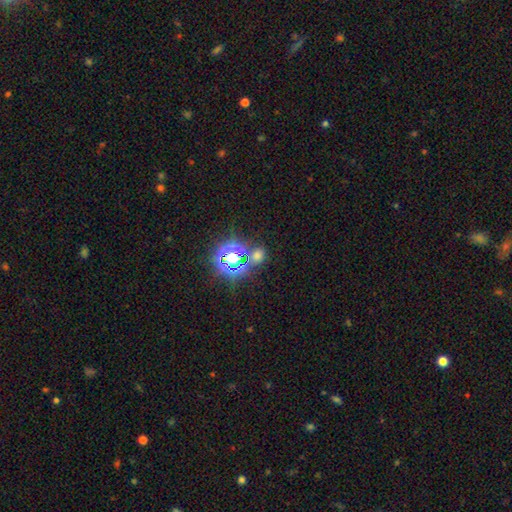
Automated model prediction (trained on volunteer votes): Smooth or featured? Predicted: star or artifact (p=0.68).